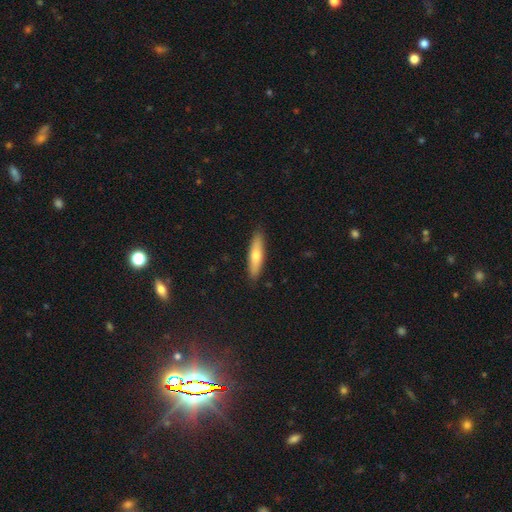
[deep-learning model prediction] A smooth galaxy with no disk features (64%) that is cigar-shaped (76%). Merging: none (89%).